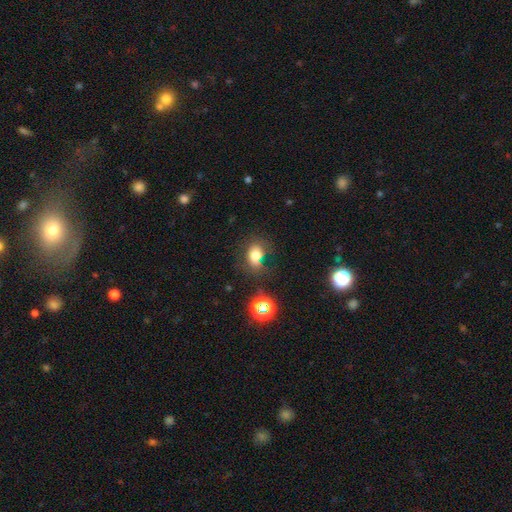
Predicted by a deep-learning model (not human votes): A smooth galaxy with no disk features (74%) that is in between round and cigar-shaped (62%).

Vote fractions:
- Smooth or featured? smooth: 74% / star or artifact: 15% / featured or disk: 12%
- How rounded? in between: 62% / round: 37% / cigar-shaped: 1%
- Merging? none: 55% / minor disturbance: 23% / major disturbance: 14% / merger: 8%